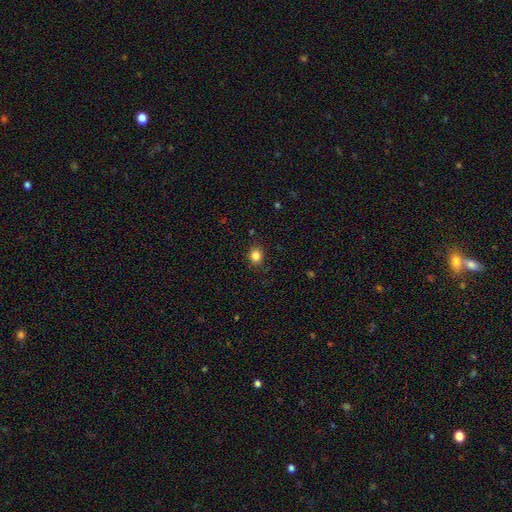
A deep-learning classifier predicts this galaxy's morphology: A smooth galaxy with no disk features (84%) that is round (70%). Merging: none (85%).